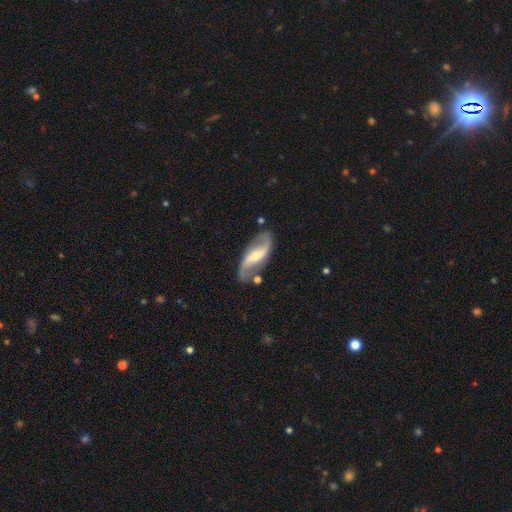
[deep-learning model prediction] smooth_or_featured: featured or disk (p=0.84) [alt: smooth p=0.11]
disk_edge_on: no (p=0.94) [alt: yes p=0.06]
bar: weak (p=0.37) [alt: strong p=0.36]
has_spiral_arms: yes (p=0.95) [alt: no p=0.05]
spiral_winding: loose (p=0.75) [alt: medium p=0.20]
spiral_arm_count: 2 (p=0.93) [alt: can't tell p=0.02]
bulge_size: small (p=0.54) [alt: moderate p=0.37]
merging: none (p=0.76) [alt: minor disturbance p=0.14]